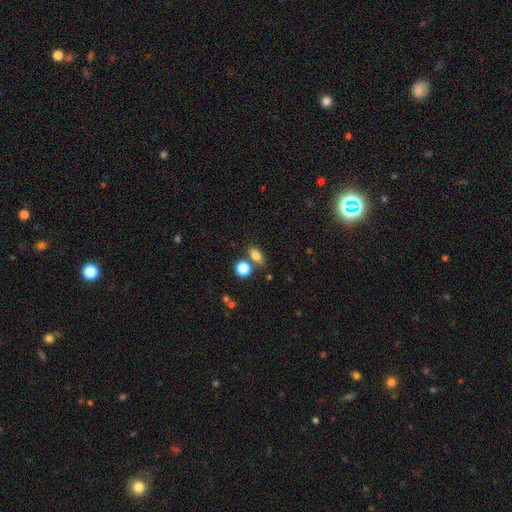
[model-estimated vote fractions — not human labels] The model was most divided on "how rounded": in between: 74%, round: 17%, cigar-shaped: 8%. More confident: smooth or featured — smooth (77%); merging — none (71%).